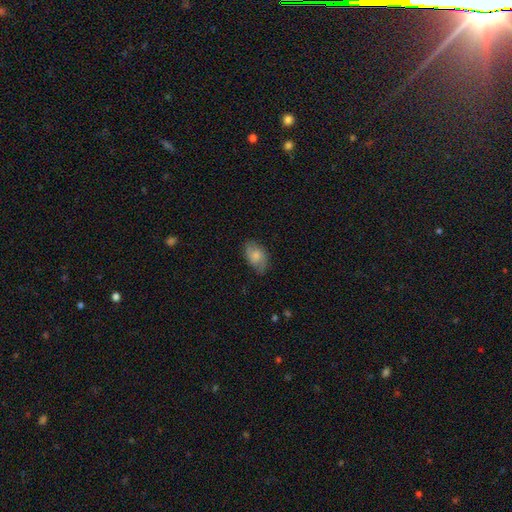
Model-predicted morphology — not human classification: A smooth galaxy with no disk features (68%) that is in between round and cigar-shaped (89%). Merging: none (71%).